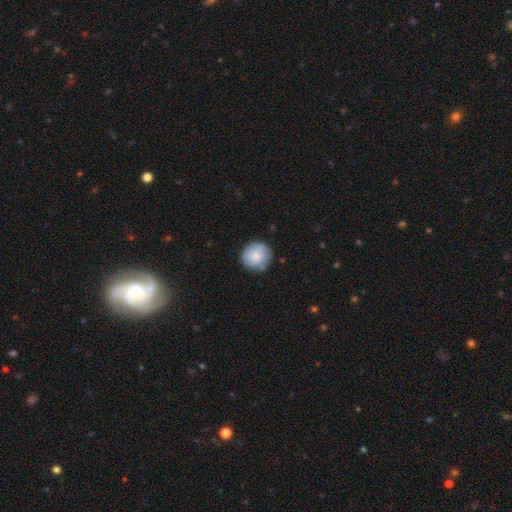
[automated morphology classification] A smooth galaxy with no disk features (81%) that is round (90%). Merging: none (76%).